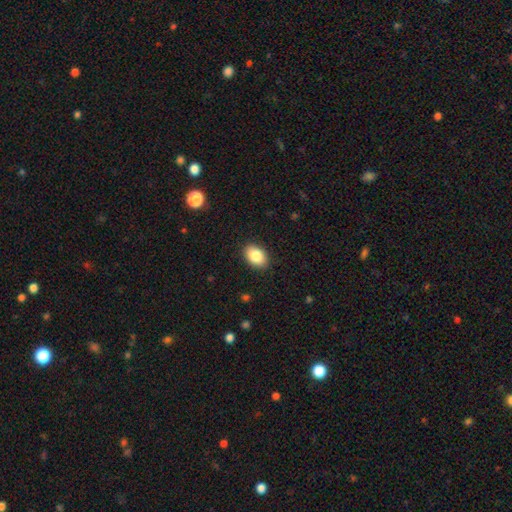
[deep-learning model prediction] This appears to be a smooth galaxy with no disk features (85%) that is in between round and cigar-shaped (85%). Merging: none (89%).